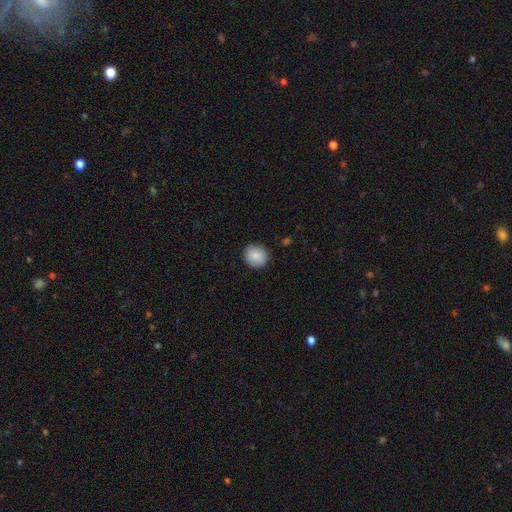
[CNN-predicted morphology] Q: Smooth or featured?
A: smooth (87%); runner-up: star or artifact (8%)
Q: How rounded?
A: round (85%); runner-up: in between (14%)
Q: Merging?
A: none (88%); runner-up: minor disturbance (9%)